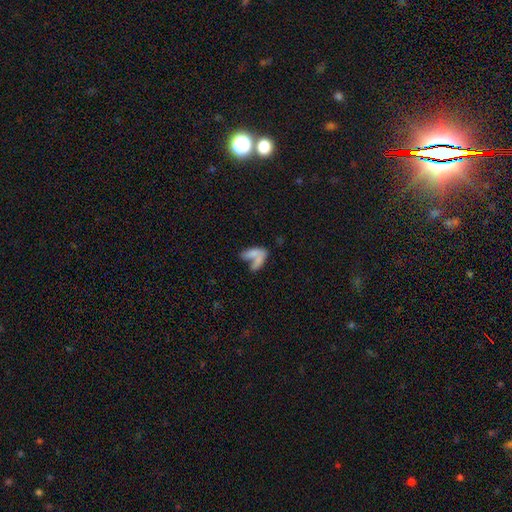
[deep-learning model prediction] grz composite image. It shows a smooth galaxy with no disk features (67%) that is in between round and cigar-shaped (72%). Merging: merger (52%).